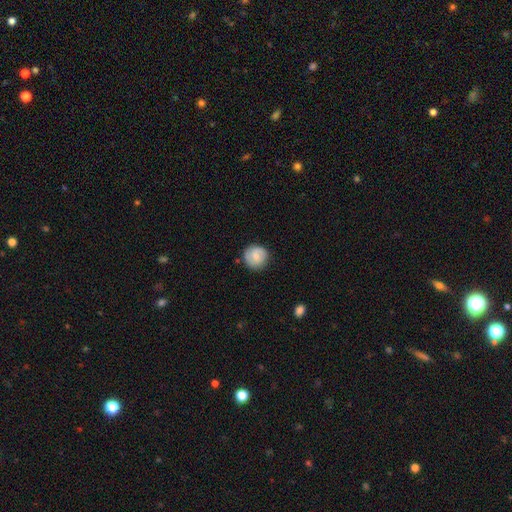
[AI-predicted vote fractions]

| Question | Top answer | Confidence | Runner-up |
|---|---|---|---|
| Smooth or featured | smooth | 59% | featured or disk (34%) |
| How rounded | round | 91% | in between (8%) |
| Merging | none | 80% | minor disturbance (15%) |